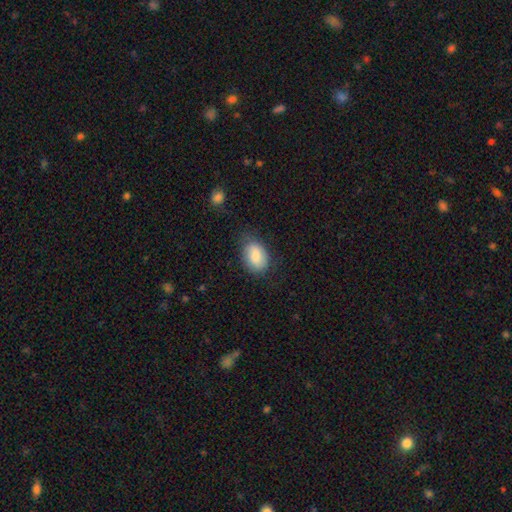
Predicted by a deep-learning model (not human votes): smooth-or-featured: smooth: 81% | featured or disk: 12% | star or artifact: 7%
  how-rounded: in between: 81% | round: 18% | cigar-shaped: 1%
  merging: none: 69% | minor disturbance: 24% | major disturbance: 6% | merger: 1%